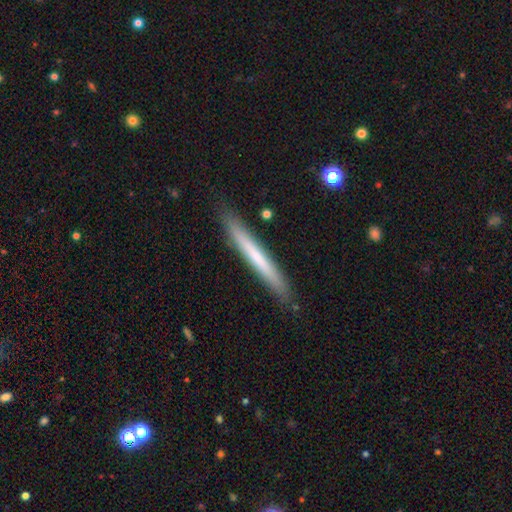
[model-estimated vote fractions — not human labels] Overall: smooth (58%; featured or disk 36%). How rounded: cigar-shaped (97%). Merging: none (89%).